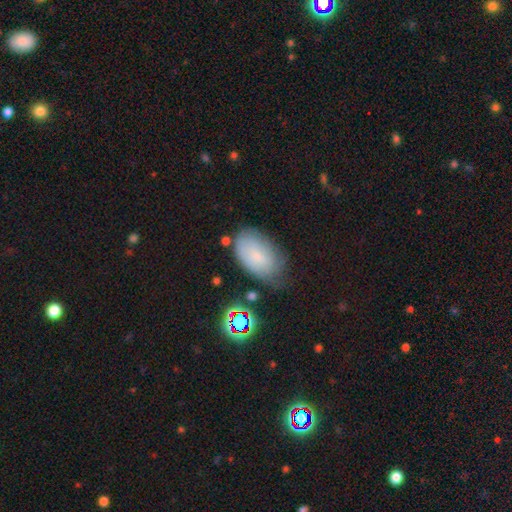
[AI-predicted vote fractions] smooth 65%, featured or disk 23%, star or artifact 12%. Down the decision tree: how rounded — in between (91%); merging — none (55%).